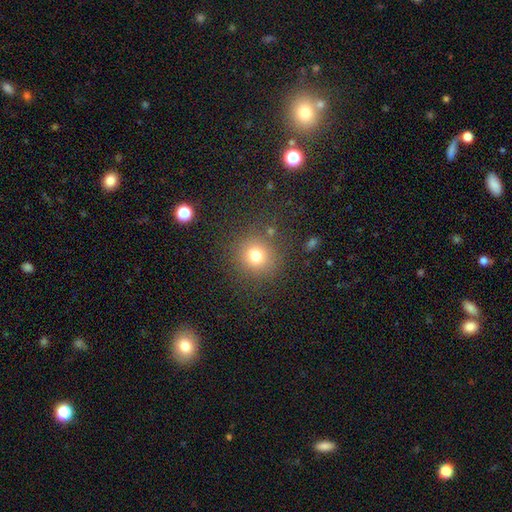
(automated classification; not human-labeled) smooth-or-featured: smooth: 76% | star or artifact: 15% | featured or disk: 9%
  how-rounded: round: 90% | in between: 9% | cigar-shaped: 1%
  merging: none: 83% | minor disturbance: 9% | major disturbance: 5% | merger: 3%